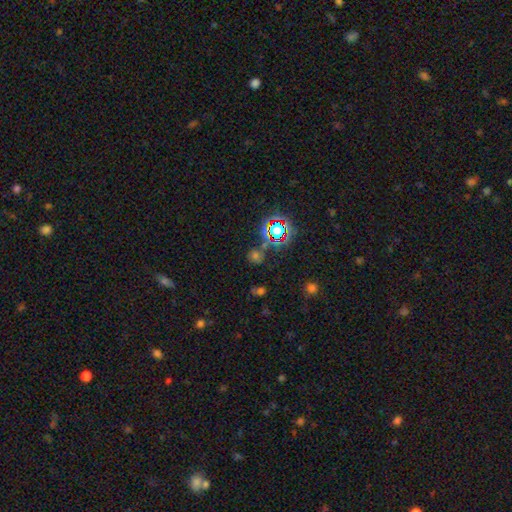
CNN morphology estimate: Smooth or featured: star or artifact — 51% (smooth — 40%)